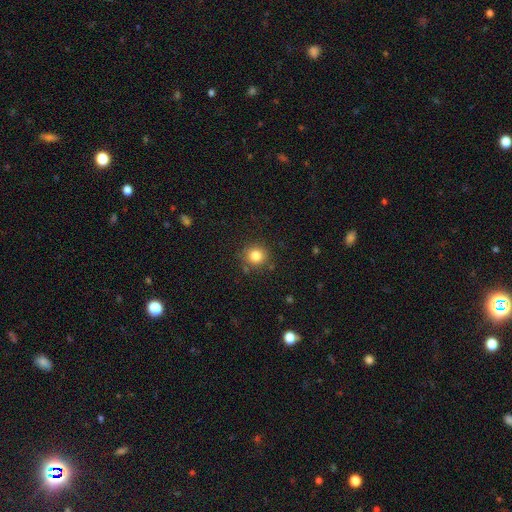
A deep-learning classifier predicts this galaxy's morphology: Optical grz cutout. It shows a smooth galaxy with no disk features (82%) that is round (91%). Merging: none (86%).